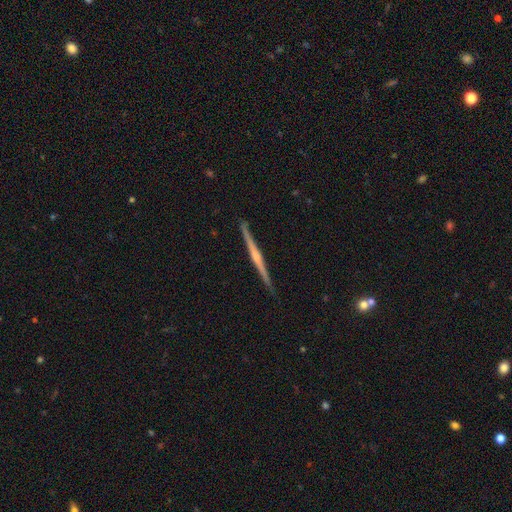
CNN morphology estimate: Smooth or featured: featured or disk — 77% (smooth — 16%)
Edge-on disk: yes — 98% (no — 2%)
Edge-on bulge: rounded — 68% (none — 23%)
Merging: none — 90% (minor disturbance — 7%)